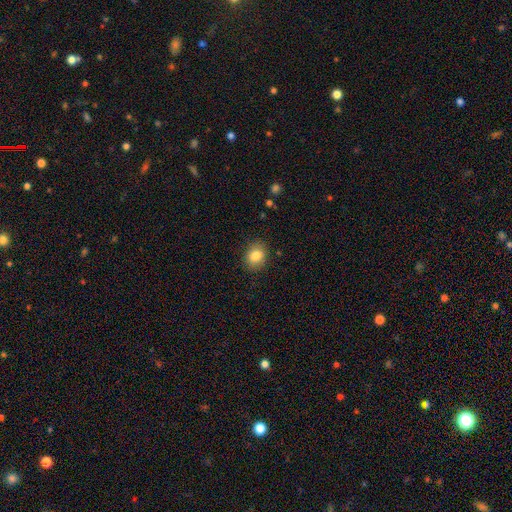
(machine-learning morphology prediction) smooth 83%, star or artifact 10%, featured or disk 7%. Down the decision tree: how rounded — round (57%); merging — none (87%).